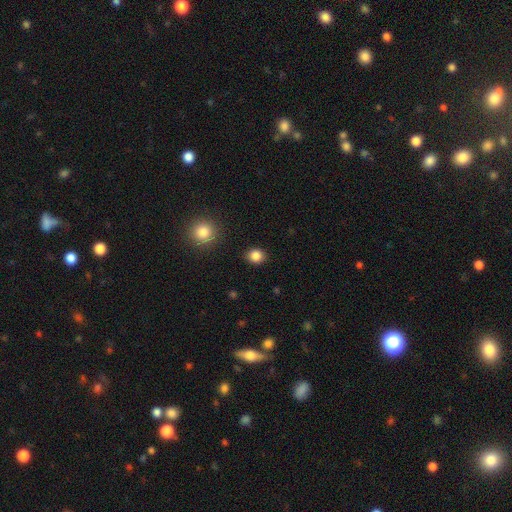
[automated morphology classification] smooth-or-featured: smooth: 85% | star or artifact: 11% | featured or disk: 4%
  how-rounded: round: 69% | in between: 30% | cigar-shaped: 1%
  merging: none: 89% | minor disturbance: 7% | major disturbance: 2% | merger: 1%